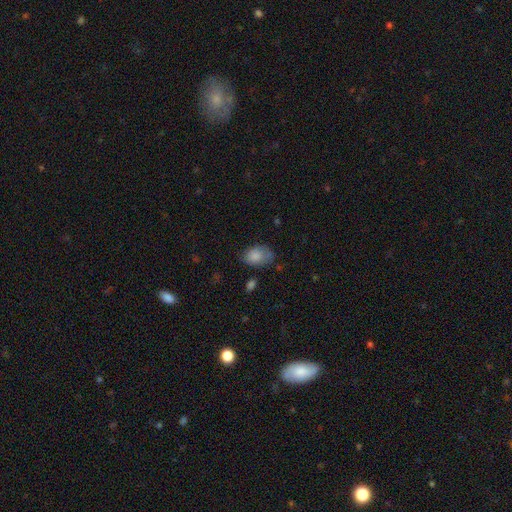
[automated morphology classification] type=smooth (84%); roundness=in between (84%); merging=none (59%).